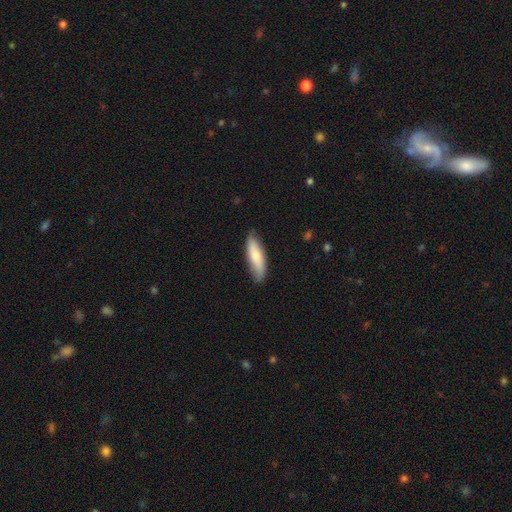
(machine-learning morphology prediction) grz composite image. It shows a smooth galaxy with no disk features (72%) that is cigar-shaped (56%). Merging: none (81%).